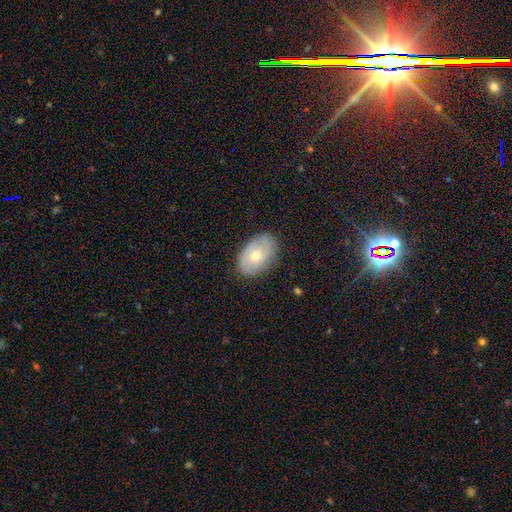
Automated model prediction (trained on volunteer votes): Smooth or featured?
  - smooth: 56% *
  - featured or disk: 36%
  - star or artifact: 7%
How rounded?
  - in between: 86% *
  - round: 13%
  - cigar-shaped: 1%
Merging?
  - none: 79% *
  - minor disturbance: 16%
  - major disturbance: 4%
  - merger: 1%